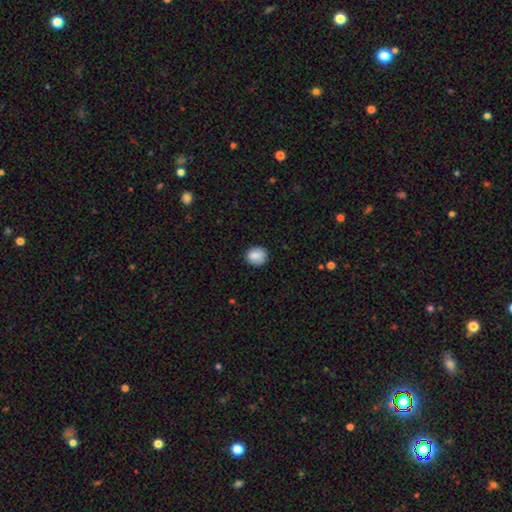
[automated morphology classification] Overall: smooth (87%). How rounded: round (80%). Merging: none (86%).